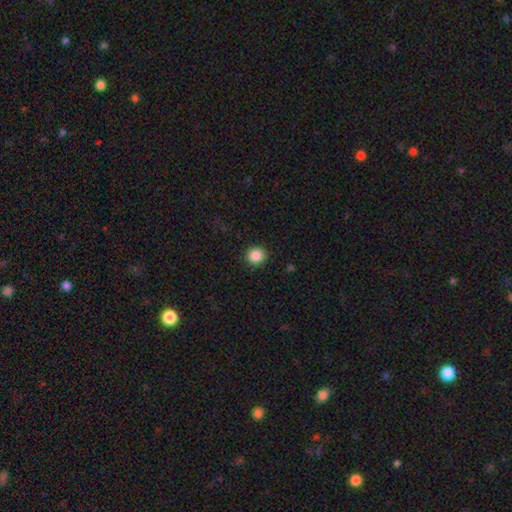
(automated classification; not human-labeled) Morphology: type=smooth (87%); roundness=round (90%); merging=none (91%).